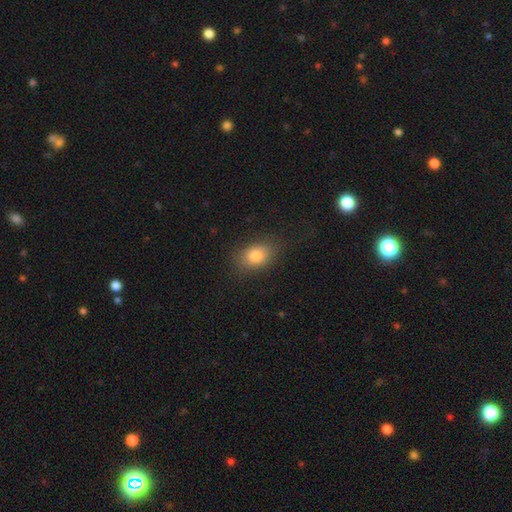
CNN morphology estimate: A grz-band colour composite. It shows a smooth galaxy with no disk features (82%) that is in between round and cigar-shaped (75%). Merging: none (81%).